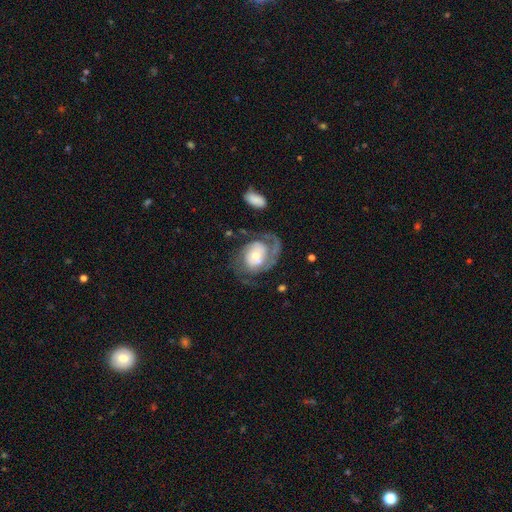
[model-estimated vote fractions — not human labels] A featured or disk galaxy (78%) with no bar (71%), 2 (42%) tight (42%) spiral arms (89%) and a moderate central bulge (53%).

Vote fractions:
- Smooth or featured? featured or disk: 78% / smooth: 17% / star or artifact: 6%
- Edge-on disk? no: 97% / yes: 3%
- Bar? no: 71% / weak: 23% / strong: 6%
- Spiral arms? yes: 89% / no: 11%
- Spiral winding? tight: 42% / medium: 37% / loose: 21%
- Spiral arm count? 2: 42% / 1: 33% / can't tell: 16% / 3: 6% / 4: 2% / more than 4: 2%
- Bulge size? moderate: 53% / small: 35% / large: 9% / dominant: 2% / none: 1%
- Merging? none: 48% / major disturbance: 29% / minor disturbance: 18% / merger: 5%